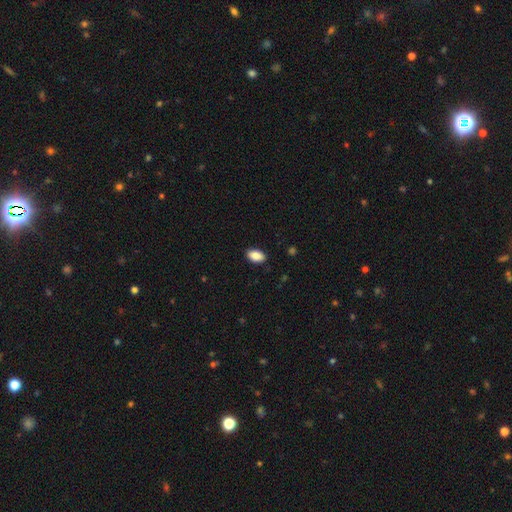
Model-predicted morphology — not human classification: This is clearly a smooth galaxy (87%). How rounded: clearly in between (92%). Merging: clearly none (89%).